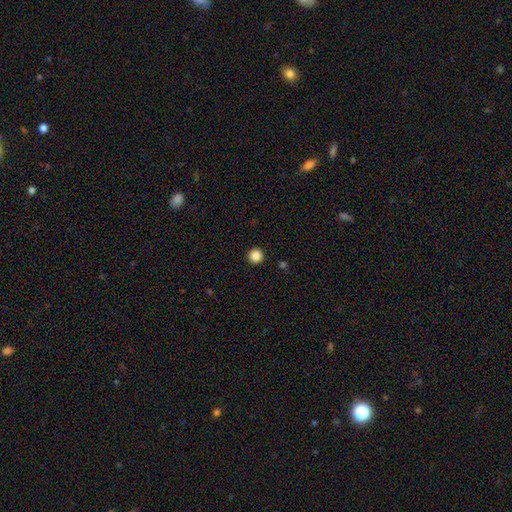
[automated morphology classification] The model was most divided on "smooth or featured": smooth: 87%, star or artifact: 11%, featured or disk: 3%. More confident: how rounded — round (96%); merging — none (94%).